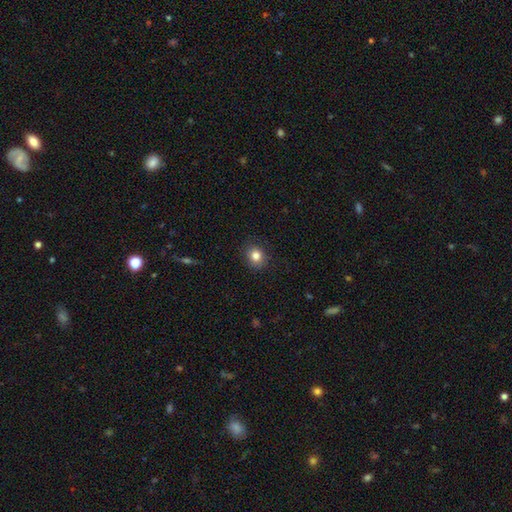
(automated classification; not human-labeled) Smooth or featured?
  - smooth: 83% *
  - star or artifact: 11%
  - featured or disk: 6%
How rounded?
  - round: 75% *
  - in between: 25%
  - cigar-shaped: 1%
Merging?
  - none: 88% *
  - minor disturbance: 9%
  - major disturbance: 2%
  - merger: 1%